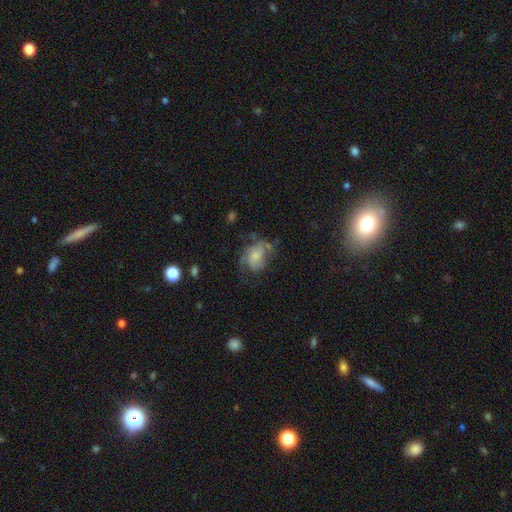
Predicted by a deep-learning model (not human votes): Smooth or featured? Predicted: smooth (p=0.48). Merging? Predicted: none (p=0.38).